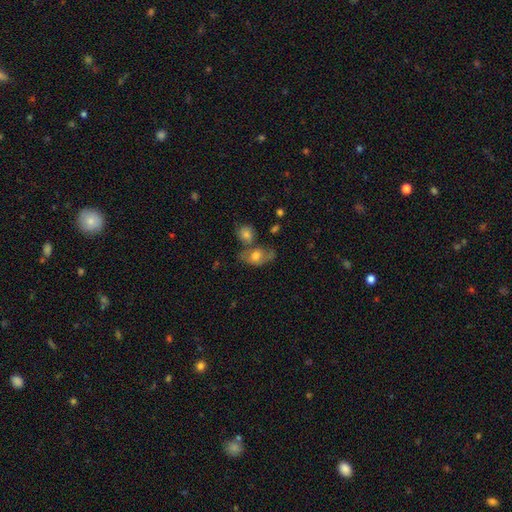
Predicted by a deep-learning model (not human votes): Smooth or featured? Predicted: smooth (p=0.61). How rounded? Predicted: in between (p=0.79). Merging? Predicted: none (p=0.39).